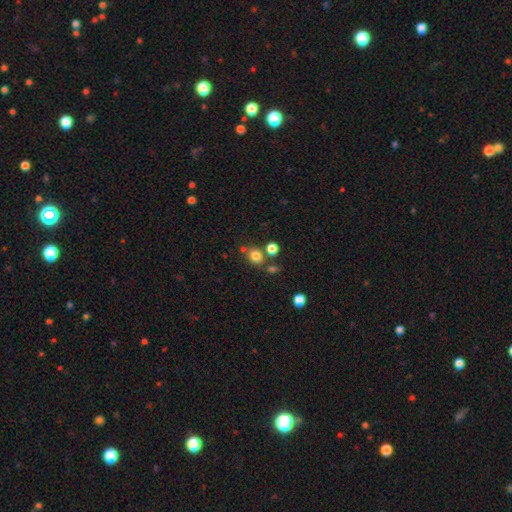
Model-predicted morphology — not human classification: Overall: smooth (79%). How rounded: round (71%). Merging: none (68%).